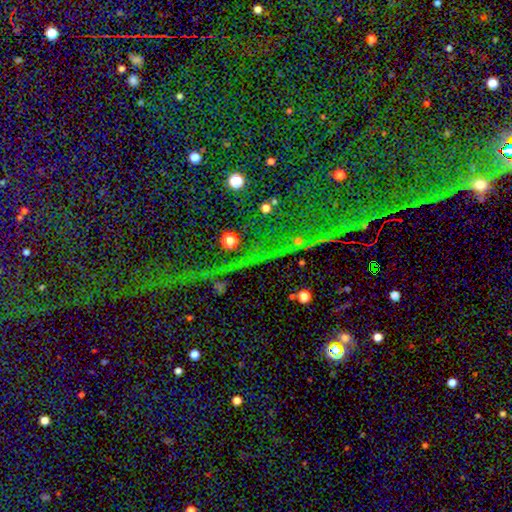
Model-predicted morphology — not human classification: This appears to be a star or artifact, not a galaxy (82%).